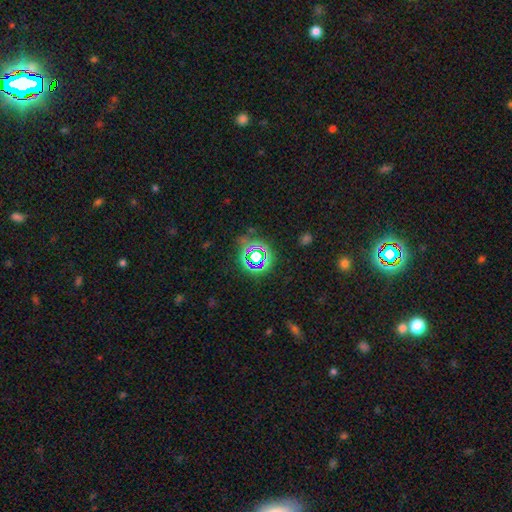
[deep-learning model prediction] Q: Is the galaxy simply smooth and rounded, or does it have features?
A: star or artifact — 59%.